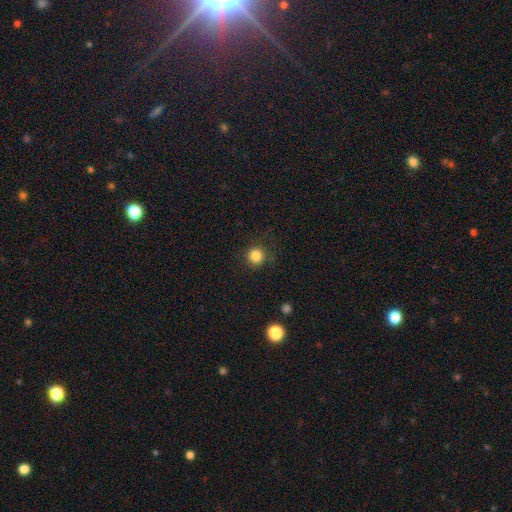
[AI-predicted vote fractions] Smooth or featured?
  - smooth: 84% *
  - star or artifact: 12%
  - featured or disk: 4%
How rounded?
  - round: 94% *
  - in between: 5%
  - cigar-shaped: 1%
Merging?
  - none: 88% *
  - minor disturbance: 8%
  - major disturbance: 3%
  - merger: 1%